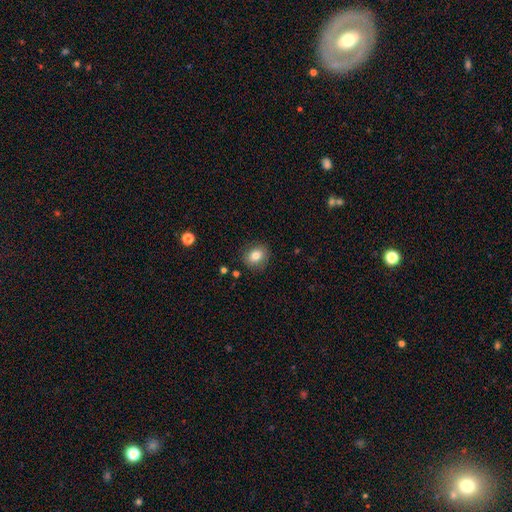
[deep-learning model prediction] The model was most divided on "how rounded": round: 65%, in between: 34%, cigar-shaped: 1%. More confident: merging — none (86%); smooth or featured — smooth (80%).